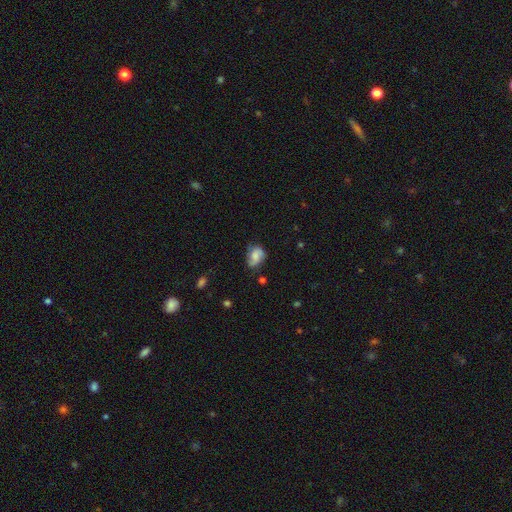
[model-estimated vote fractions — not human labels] Overall: smooth (52%; featured or disk 39%). How rounded: in between (69%; round 30%). Merging: none (57%; minor disturbance 29%).